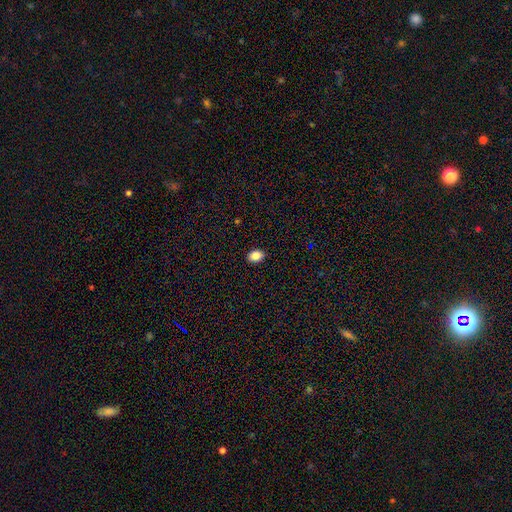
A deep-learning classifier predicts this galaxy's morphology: A smooth galaxy with no disk features (87%) that is in between round and cigar-shaped (76%). Merging: none (91%).